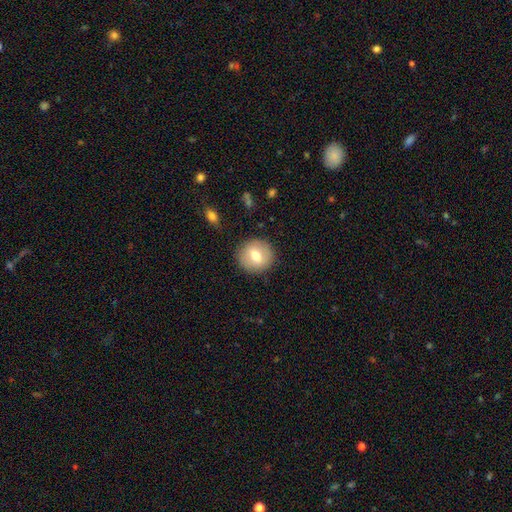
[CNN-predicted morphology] smooth-or-featured: smooth: 67% | featured or disk: 24% | star or artifact: 8%
  how-rounded: round: 87% | in between: 12% | cigar-shaped: 1%
  merging: none: 88% | minor disturbance: 8% | major disturbance: 3% | merger: 1%